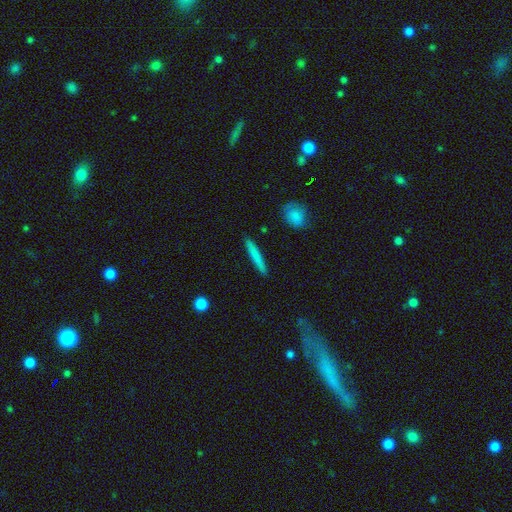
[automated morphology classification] smooth_or_featured: smooth (p=0.74) [alt: featured or disk p=0.20]
how_rounded: cigar-shaped (p=0.95) [alt: in between p=0.04]
merging: none (p=0.91) [alt: minor disturbance p=0.06]